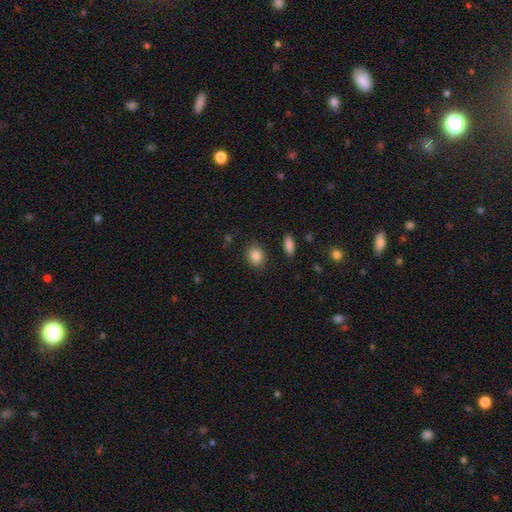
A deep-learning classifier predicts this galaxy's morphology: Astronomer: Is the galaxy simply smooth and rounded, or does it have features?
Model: smooth — 85%.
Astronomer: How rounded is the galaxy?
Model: round — 57% (runner-up: in between, 42%).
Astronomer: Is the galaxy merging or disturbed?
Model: none — 87%.